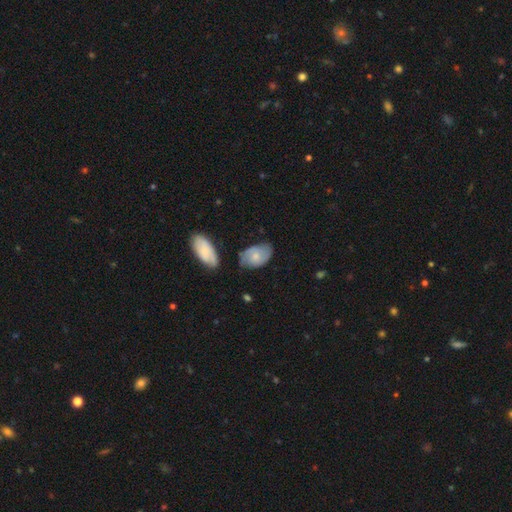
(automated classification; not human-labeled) This appears to be a smooth galaxy with no disk features (54%) that is in between round and cigar-shaped (89%). Merging: none (59%).